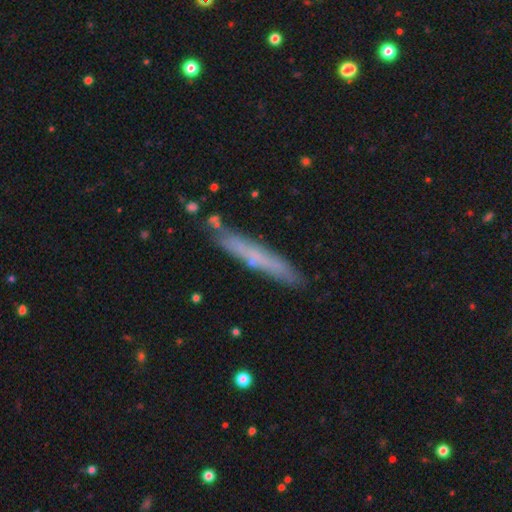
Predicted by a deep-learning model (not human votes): Overall: smooth (55%; featured or disk 37%). How rounded: cigar-shaped (95%). Merging: none (83%).